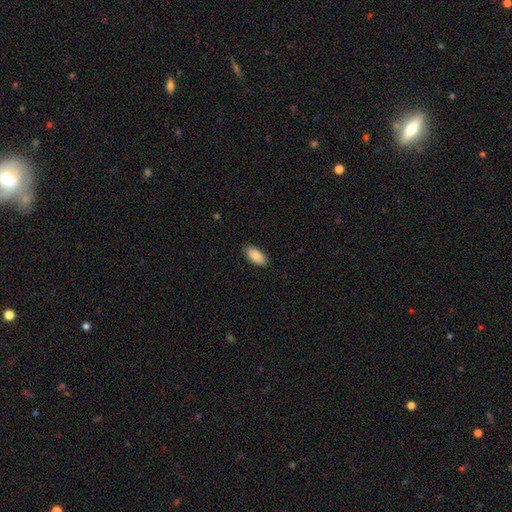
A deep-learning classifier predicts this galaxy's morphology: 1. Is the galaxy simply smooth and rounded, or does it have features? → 87% smooth, 7% featured or disk, 6% star or artifact.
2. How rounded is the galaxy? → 93% in between, 5% cigar-shaped, 2% round.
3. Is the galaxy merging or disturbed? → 86% none, 11% minor disturbance, 2% major disturbance, 1% merger.